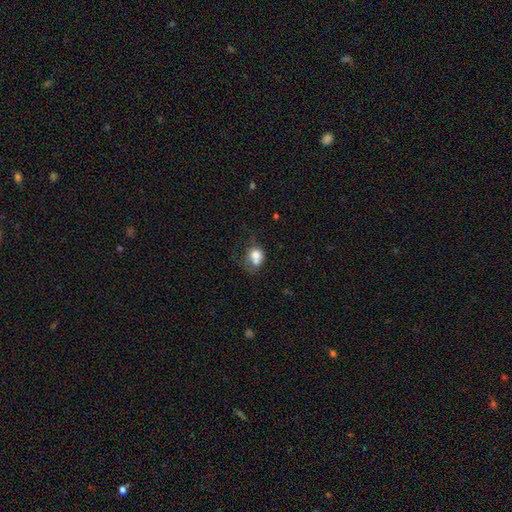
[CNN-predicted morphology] type=smooth (73%); roundness=in between (50%); merging=none (31%).